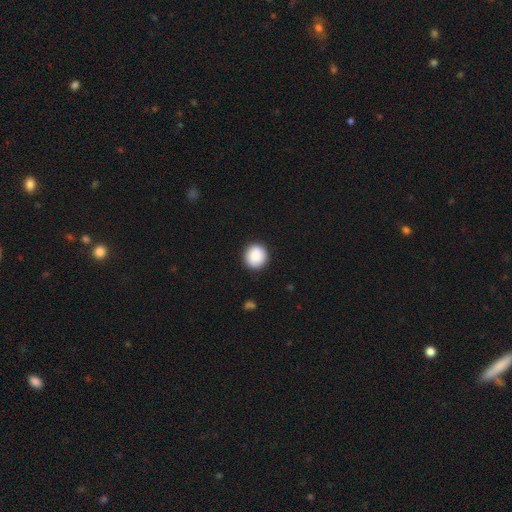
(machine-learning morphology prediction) Smooth or featured: smooth — 88% (star or artifact — 7%)
How rounded: round — 91% (in between — 8%)
Merging: none — 90% (minor disturbance — 7%)